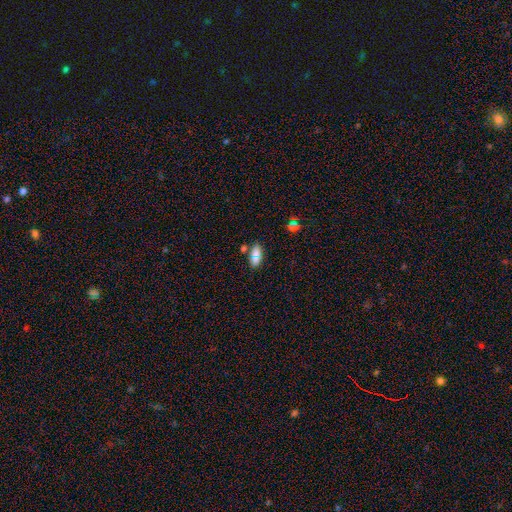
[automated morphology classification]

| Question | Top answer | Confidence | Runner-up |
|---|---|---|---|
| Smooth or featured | smooth | 72% | featured or disk (14%) |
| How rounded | in between | 82% | cigar-shaped (10%) |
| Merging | none | 62% | merger (20%) |